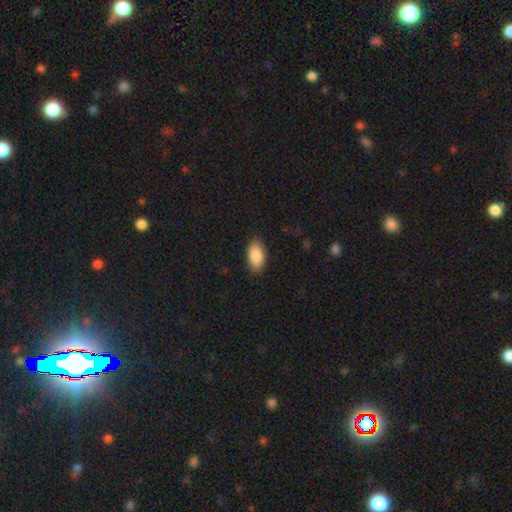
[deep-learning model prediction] A smooth galaxy with no disk features (89%) that is in between round and cigar-shaped (94%). Merging: none (85%).